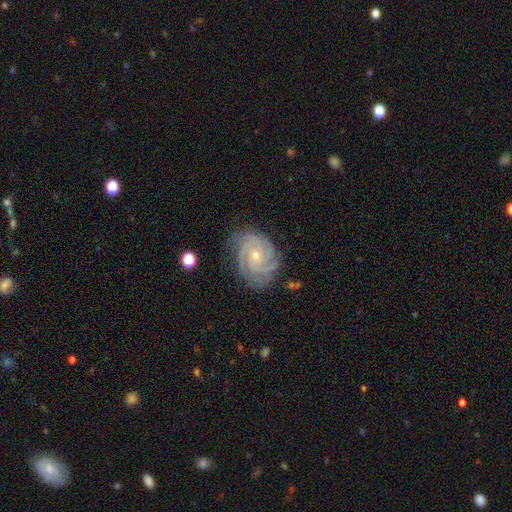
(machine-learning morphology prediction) smooth_or_featured: featured or disk (p=0.88) [alt: star or artifact p=0.06]
disk_edge_on: no (p=0.97) [alt: yes p=0.03]
bar: no (p=0.72) [alt: weak p=0.23]
has_spiral_arms: yes (p=0.98) [alt: no p=0.02]
spiral_winding: tight (p=0.72) [alt: medium p=0.25]
spiral_arm_count: 3 (p=0.36) [alt: 4 p=0.25]
bulge_size: small (p=0.67) [alt: moderate p=0.29]
merging: none (p=0.76) [alt: minor disturbance p=0.18]